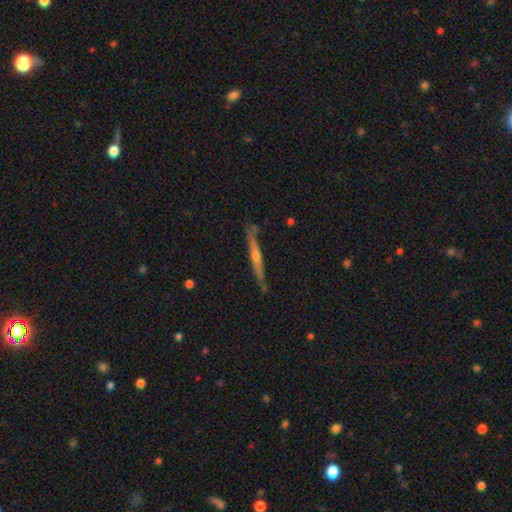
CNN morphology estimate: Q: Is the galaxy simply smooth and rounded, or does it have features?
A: featured or disk — 73%.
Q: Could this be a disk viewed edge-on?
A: yes — 97%.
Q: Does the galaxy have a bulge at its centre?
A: rounded — 79%.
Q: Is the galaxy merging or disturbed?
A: none — 84%.